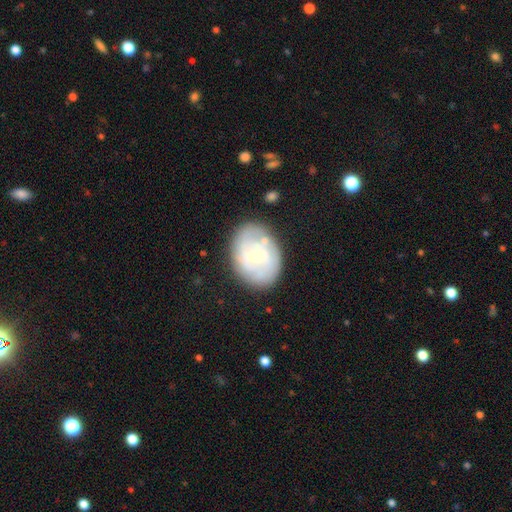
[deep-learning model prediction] smooth_or_featured: featured or disk (p=0.59) [alt: smooth p=0.34]
disk_edge_on: no (p=0.96) [alt: yes p=0.04]
bar: no (p=0.50) [alt: weak p=0.40]
has_spiral_arms: yes (p=0.56) [alt: no p=0.44]
bulge_size: moderate (p=0.48) [alt: small p=0.47]
merging: none (p=0.75) [alt: minor disturbance p=0.17]